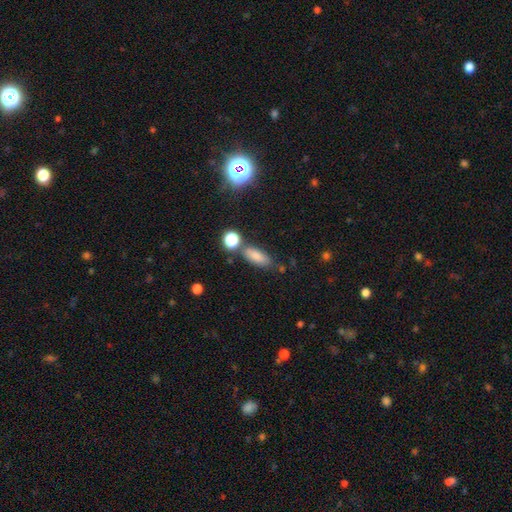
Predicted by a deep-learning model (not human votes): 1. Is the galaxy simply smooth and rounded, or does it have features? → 80% smooth, 11% star or artifact, 9% featured or disk.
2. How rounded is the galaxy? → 75% in between, 19% cigar-shaped, 6% round.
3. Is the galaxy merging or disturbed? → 70% none, 15% minor disturbance, 11% merger, 5% major disturbance.